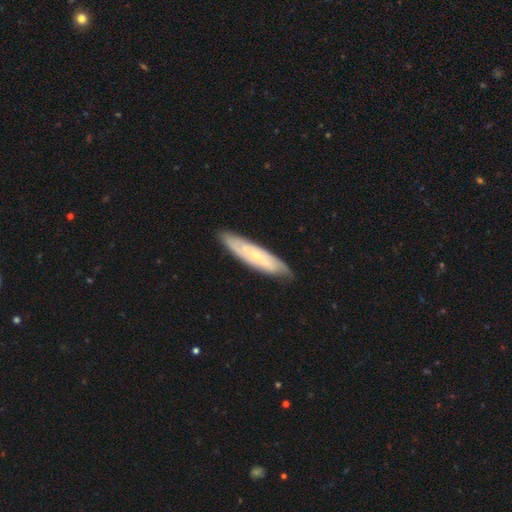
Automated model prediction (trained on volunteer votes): The model was most divided on "smooth or featured": featured or disk: 64%, smooth: 30%, star or artifact: 6%. More confident: merging — none (83%); edge-on disk — no (67%).